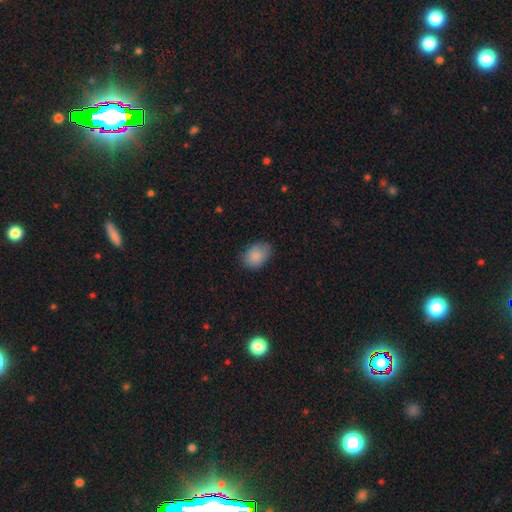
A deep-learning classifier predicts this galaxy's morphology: smooth-or-featured: smooth: 87% | star or artifact: 7% | featured or disk: 5%
  how-rounded: in between: 77% | round: 22% | cigar-shaped: 1%
  merging: none: 76% | minor disturbance: 19% | major disturbance: 4% | merger: 1%